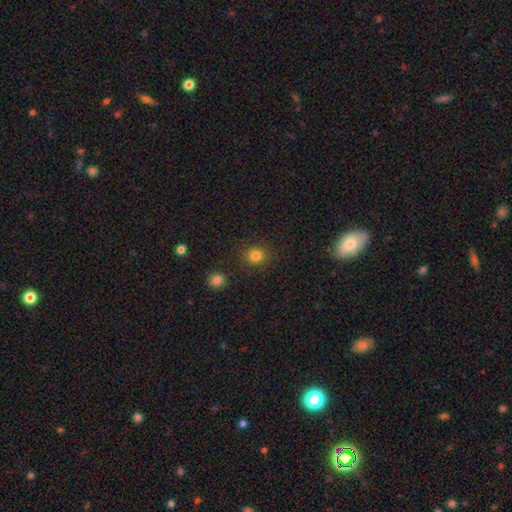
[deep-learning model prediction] Smooth or featured? smooth (82%)
How rounded? round (88%)
Merging? none (87%)